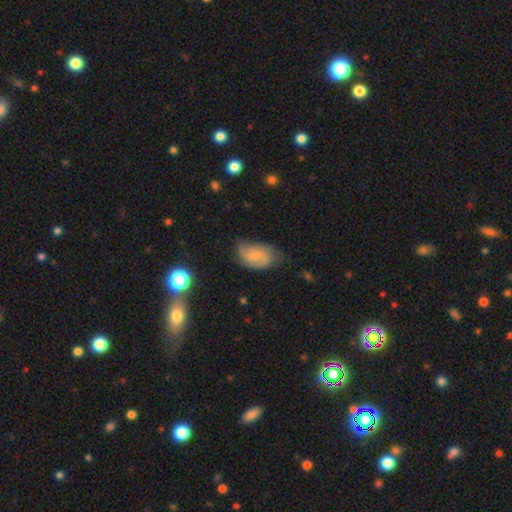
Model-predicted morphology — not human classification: smooth-or-featured: smooth: 49% | featured or disk: 42% | star or artifact: 9%
  merging: none: 56% | minor disturbance: 31% | major disturbance: 11% | merger: 2%